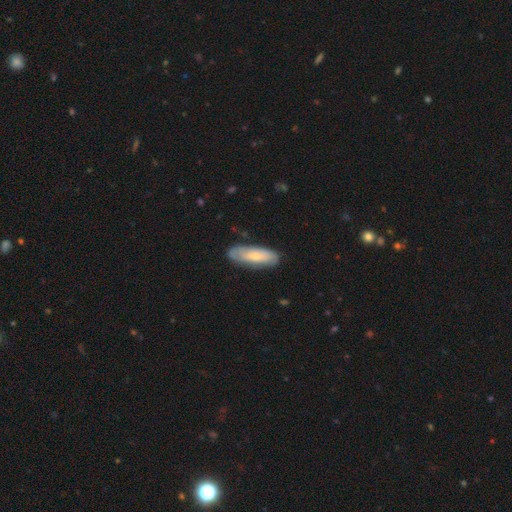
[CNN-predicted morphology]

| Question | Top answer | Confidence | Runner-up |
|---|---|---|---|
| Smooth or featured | smooth | 57% | featured or disk (37%) |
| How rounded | in between | 57% | cigar-shaped (41%) |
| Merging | none | 76% | minor disturbance (18%) |